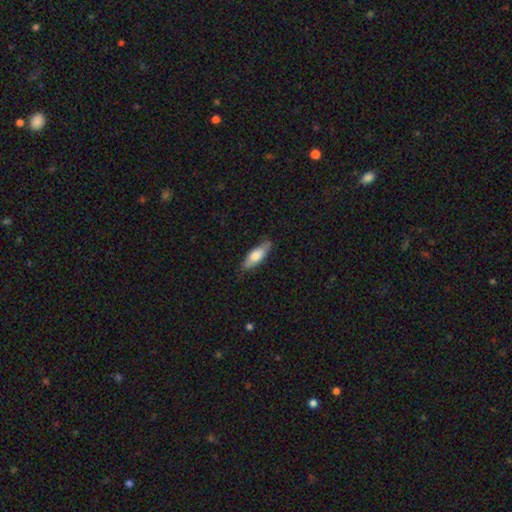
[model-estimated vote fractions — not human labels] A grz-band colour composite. It shows a smooth galaxy with no disk features (69%) that is in between round and cigar-shaped (56%). Merging: none (79%).